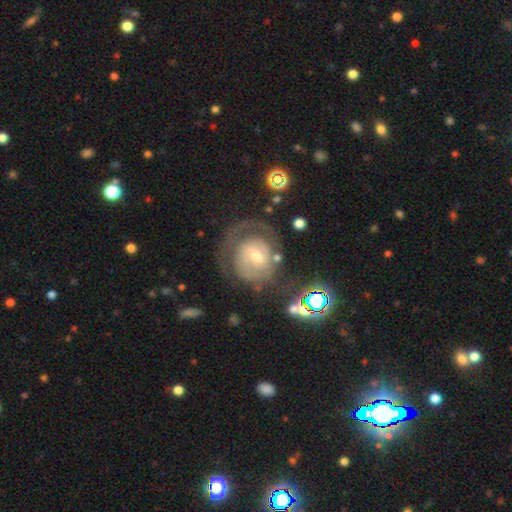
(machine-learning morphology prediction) A featured or disk galaxy (74%) with a weak bar (45%), tight (62%) spiral arms (81%) and a moderate central bulge (51%). Merging: none (56%).